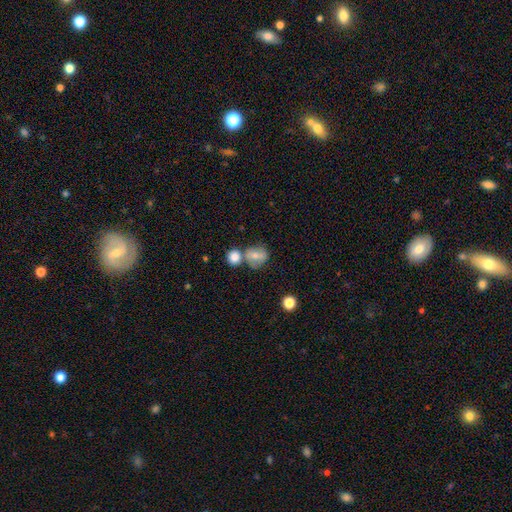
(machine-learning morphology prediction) smooth 66%, featured or disk 24%, star or artifact 10%. Down the decision tree: how rounded — round (63%); merging — none (43%).